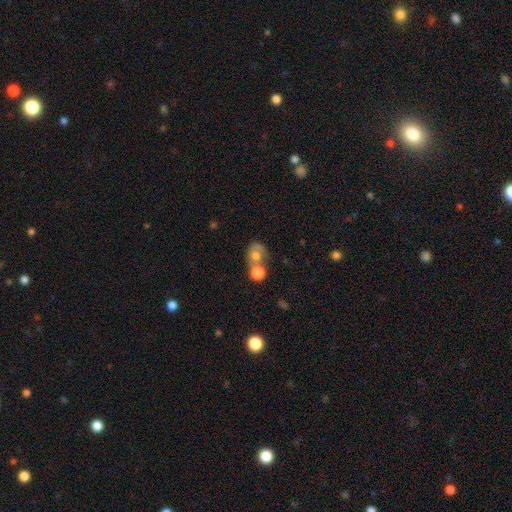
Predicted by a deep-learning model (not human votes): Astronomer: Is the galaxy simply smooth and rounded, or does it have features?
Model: smooth — 63%.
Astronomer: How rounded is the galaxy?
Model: round — 62%.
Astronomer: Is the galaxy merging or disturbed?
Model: merger — 60%.